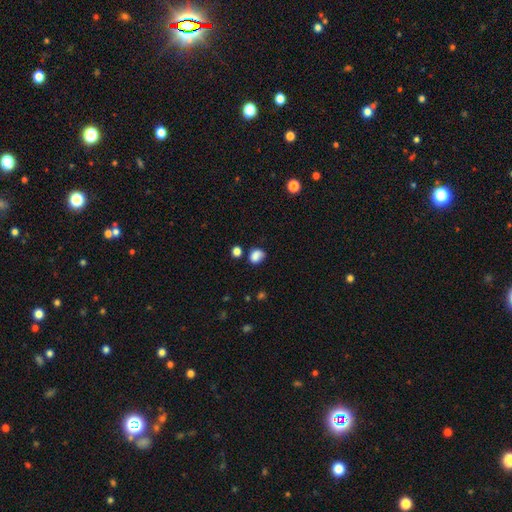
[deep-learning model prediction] This is clearly a smooth galaxy (83%). How rounded: possibly in between (56%). Merging: likely none (62%).